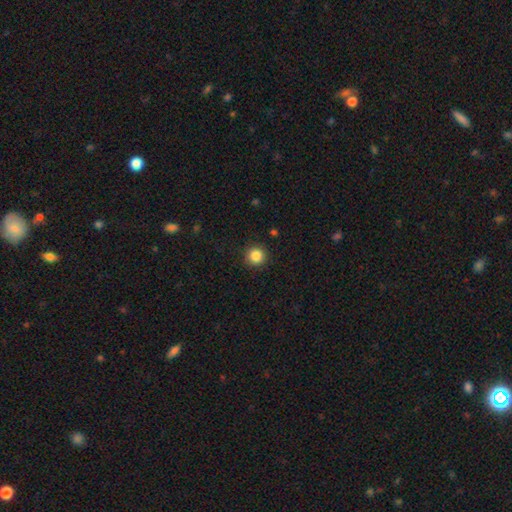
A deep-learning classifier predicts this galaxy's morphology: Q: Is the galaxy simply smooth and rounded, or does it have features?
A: smooth — 86%.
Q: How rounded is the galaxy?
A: round — 95%.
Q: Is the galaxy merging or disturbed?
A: none — 91%.